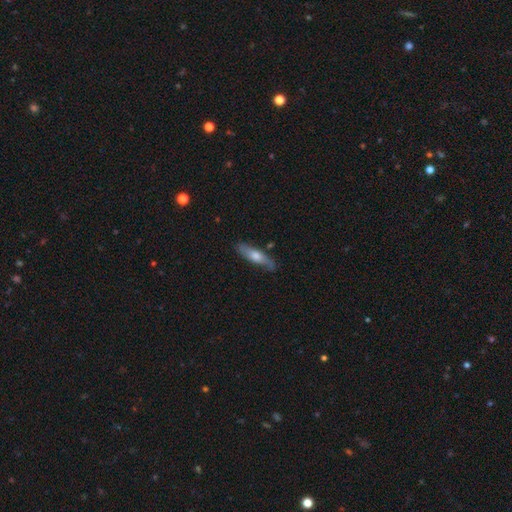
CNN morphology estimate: smooth 52%, featured or disk 42%, star or artifact 6%. Down the decision tree: how rounded — cigar-shaped (67%); merging — none (77%).